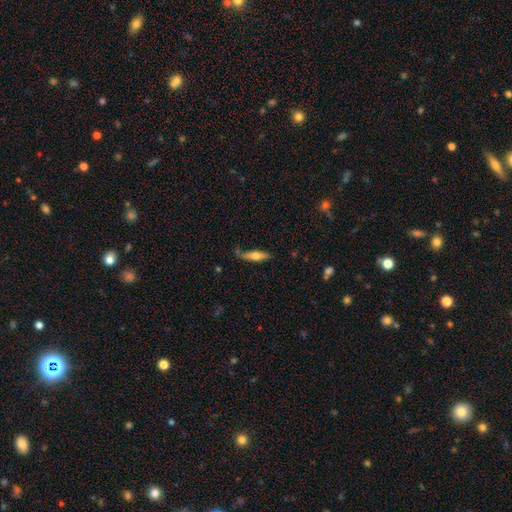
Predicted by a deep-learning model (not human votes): Smooth or featured: smooth — 57% (featured or disk — 37%)
How rounded: cigar-shaped — 68% (in between — 29%)
Merging: none — 69% (minor disturbance — 22%)